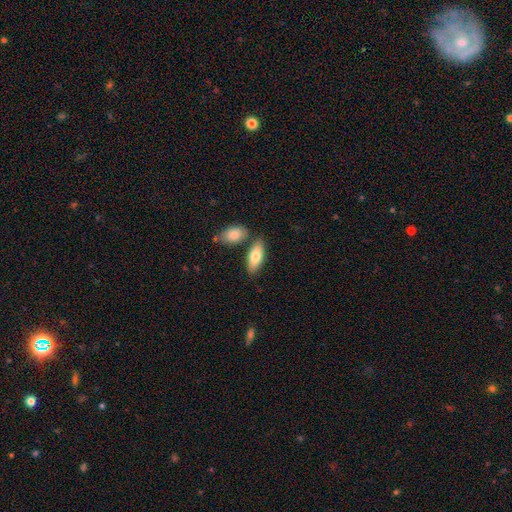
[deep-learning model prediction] smooth-or-featured: smooth: 77% | featured or disk: 18% | star or artifact: 5%
  how-rounded: in between: 78% | cigar-shaped: 20% | round: 2%
  merging: none: 68% | merger: 18% | minor disturbance: 11% | major disturbance: 3%